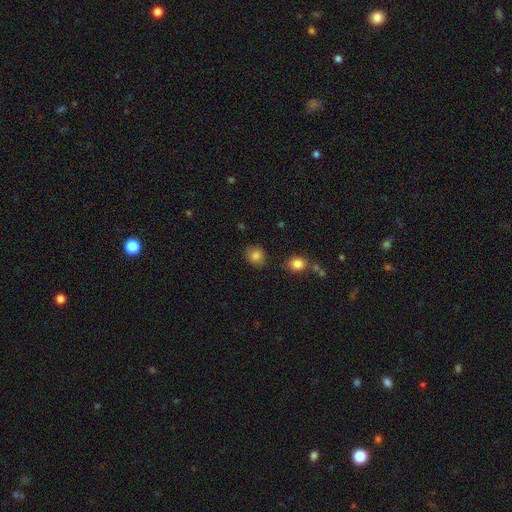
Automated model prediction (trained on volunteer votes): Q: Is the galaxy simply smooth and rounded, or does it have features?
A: smooth — 84%.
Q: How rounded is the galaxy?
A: round — 81%.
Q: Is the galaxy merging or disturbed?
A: none — 85%.